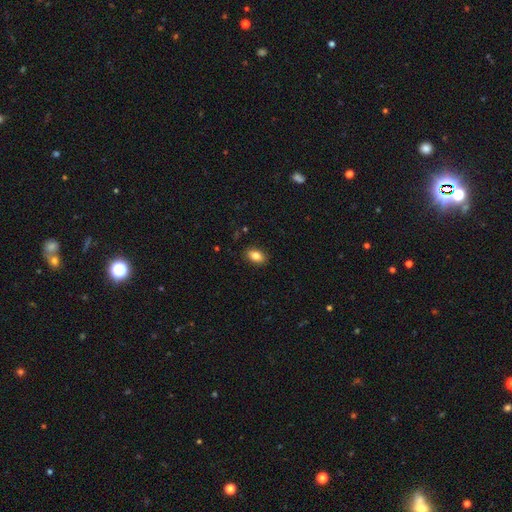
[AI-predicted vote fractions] Q: Smooth or featured?
A: smooth (84%); runner-up: star or artifact (8%)
Q: How rounded?
A: in between (87%); runner-up: round (11%)
Q: Merging?
A: none (88%); runner-up: minor disturbance (9%)